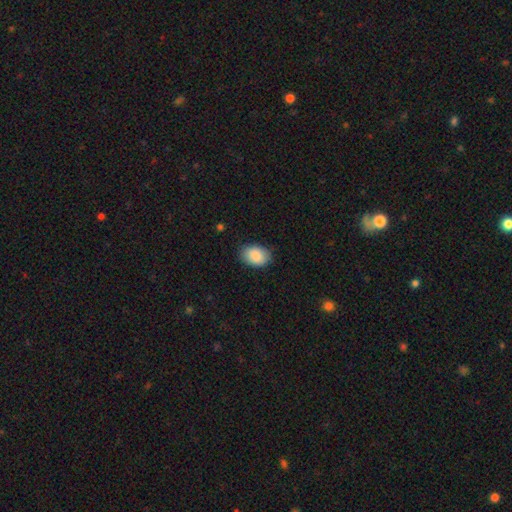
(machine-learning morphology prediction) This appears to be a smooth galaxy with no disk features (89%) that is in between round and cigar-shaped (83%). Merging: none (84%).